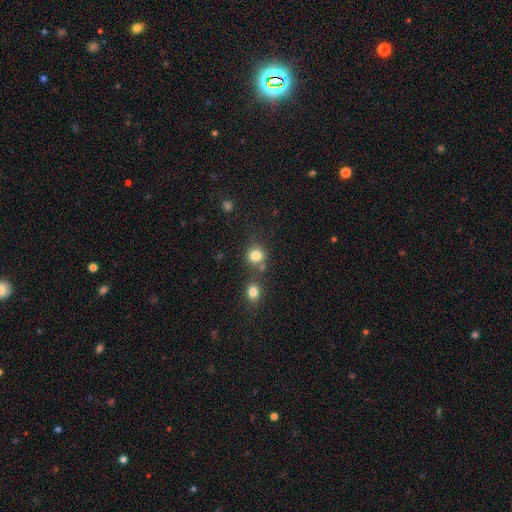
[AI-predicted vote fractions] Smooth or featured? smooth (81%)
How rounded? round (83%)
Merging? none (65%)